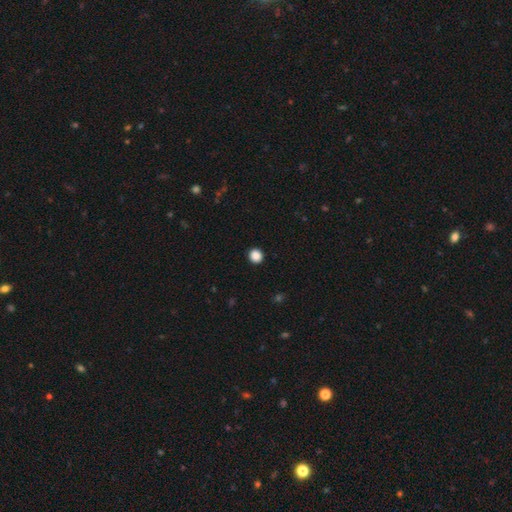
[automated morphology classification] Smooth or featured? Predicted: smooth (p=0.88). How rounded? Predicted: round (p=0.90). Merging? Predicted: none (p=0.93).